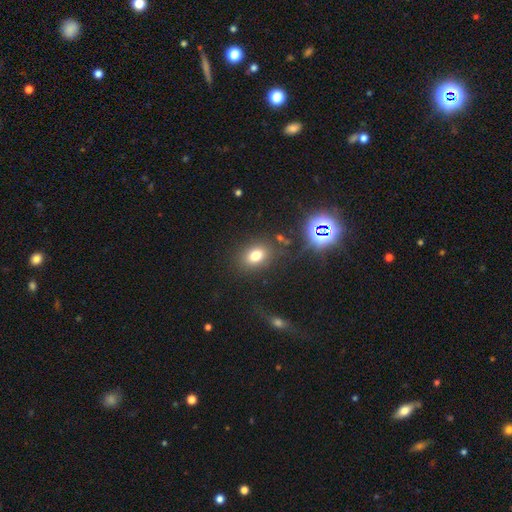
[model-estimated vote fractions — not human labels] This appears to be a smooth galaxy with no disk features (73%) that is in between round and cigar-shaped (62%). Merging: none (80%).